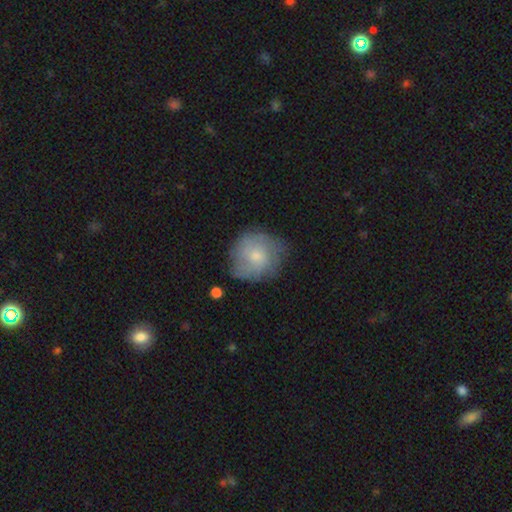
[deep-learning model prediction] Overall: smooth (49%; featured or disk 44%). Merging: none (66%).